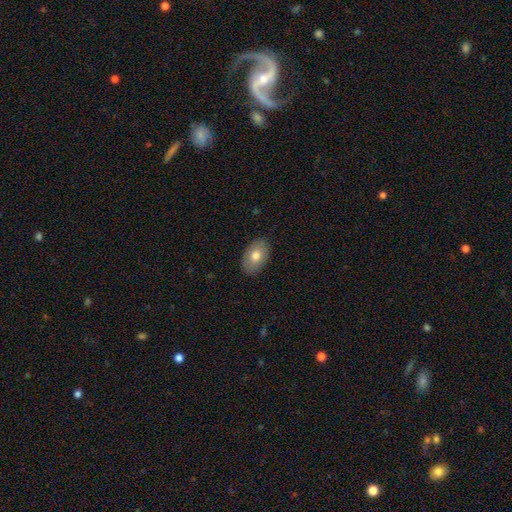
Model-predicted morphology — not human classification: A smooth galaxy with no disk features (76%) that is in between round and cigar-shaped (90%). Merging: none (86%).